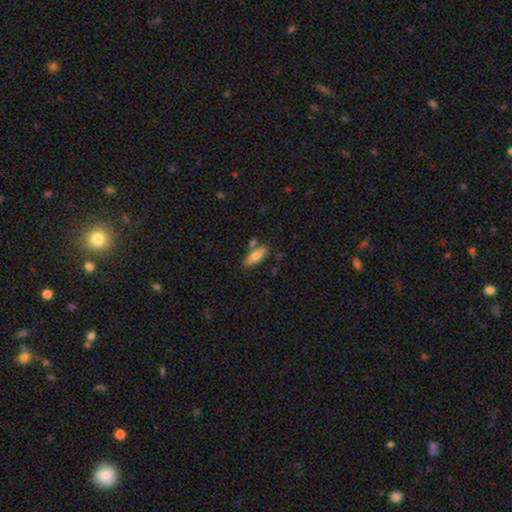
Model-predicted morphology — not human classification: This is likely a smooth galaxy (72%). How rounded: likely in between (66%). Merging: likely none (70%).